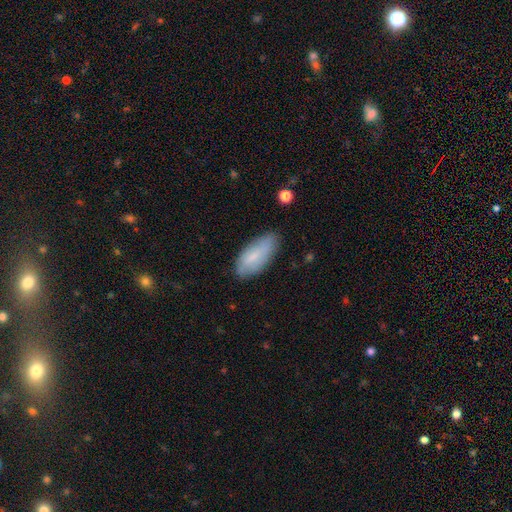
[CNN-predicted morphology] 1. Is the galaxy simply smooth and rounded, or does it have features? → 74% smooth, 19% featured or disk, 6% star or artifact.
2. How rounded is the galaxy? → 85% in between, 13% cigar-shaped, 2% round.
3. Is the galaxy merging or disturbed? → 73% none, 21% minor disturbance, 4% major disturbance, 2% merger.